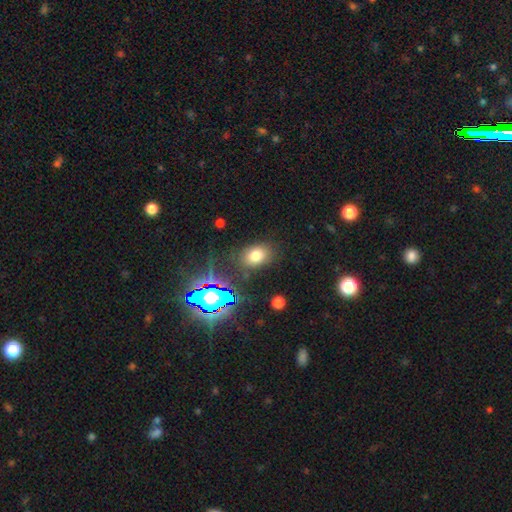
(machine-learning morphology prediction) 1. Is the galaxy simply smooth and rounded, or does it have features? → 72% smooth, 19% star or artifact, 10% featured or disk.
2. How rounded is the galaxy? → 74% in between, 25% round, 1% cigar-shaped.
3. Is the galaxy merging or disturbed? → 80% none, 12% minor disturbance, 5% major disturbance, 3% merger.